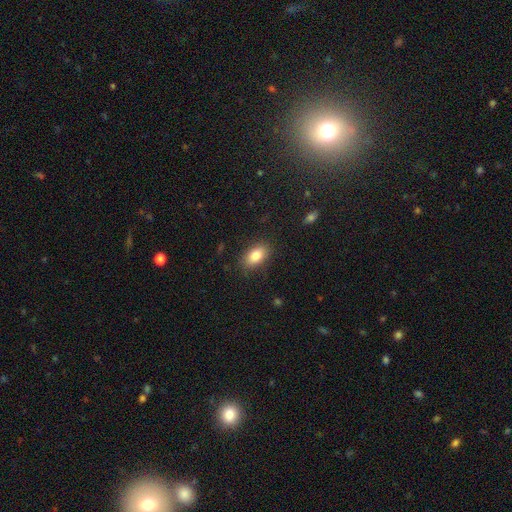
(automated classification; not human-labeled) smooth 83%, featured or disk 9%, star or artifact 8%. Down the decision tree: how rounded — in between (89%); merging — none (85%).